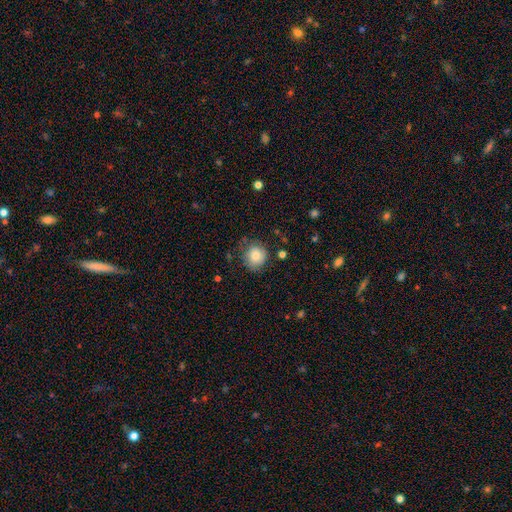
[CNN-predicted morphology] smooth 84%, star or artifact 9%, featured or disk 8%. Down the decision tree: how rounded — round (85%); merging — none (73%).